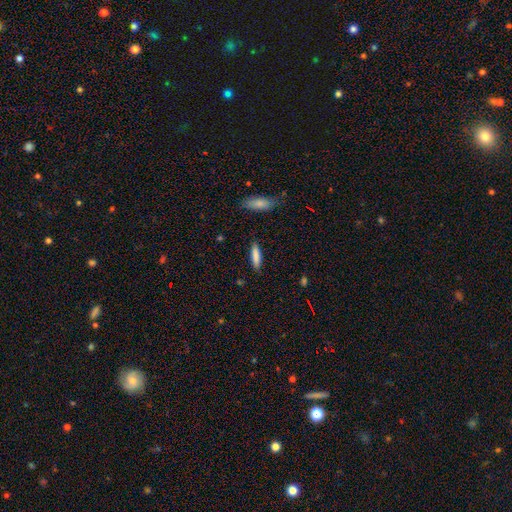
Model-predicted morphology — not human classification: Smooth or featured? smooth (84%)
How rounded? cigar-shaped (66%)
Merging? none (86%)